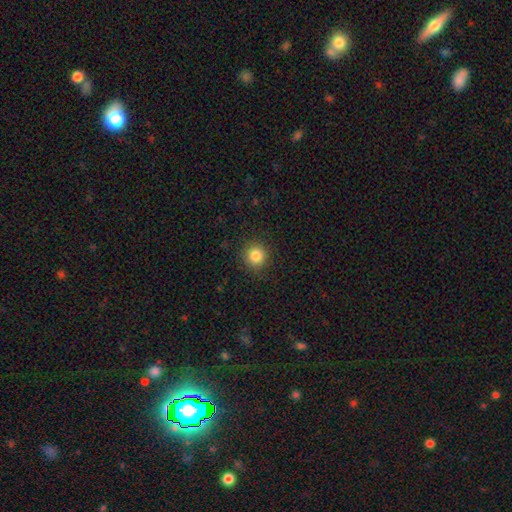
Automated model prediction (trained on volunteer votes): A smooth galaxy with no disk features (85%) that is round (93%).

Vote fractions:
- Smooth or featured? smooth: 85% / star or artifact: 11% / featured or disk: 4%
- How rounded? round: 93% / in between: 6% / cigar-shaped: 1%
- Merging? none: 90% / minor disturbance: 6% / major disturbance: 2% / merger: 1%